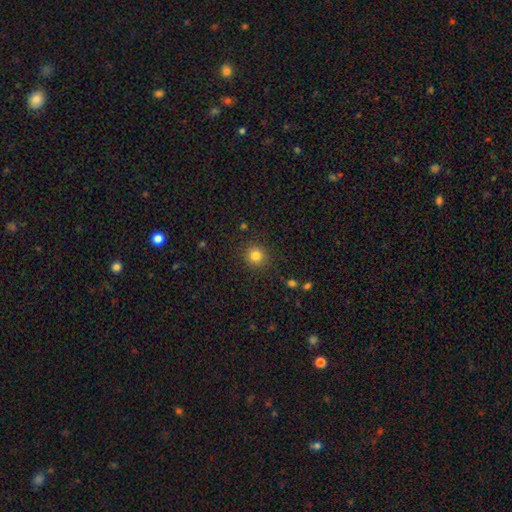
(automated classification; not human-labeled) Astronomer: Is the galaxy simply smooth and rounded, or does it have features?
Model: smooth — 81%.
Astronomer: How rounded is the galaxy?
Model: round — 92%.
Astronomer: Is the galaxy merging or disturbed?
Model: none — 89%.